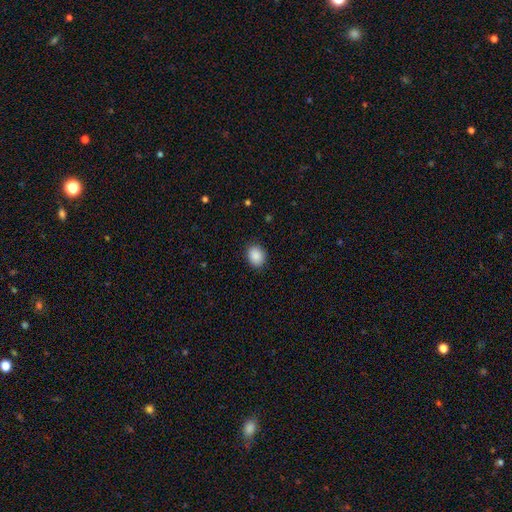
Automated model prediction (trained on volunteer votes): This appears to be a smooth galaxy with no disk features (90%) that is in between round and cigar-shaped (66%). Merging: none (88%).